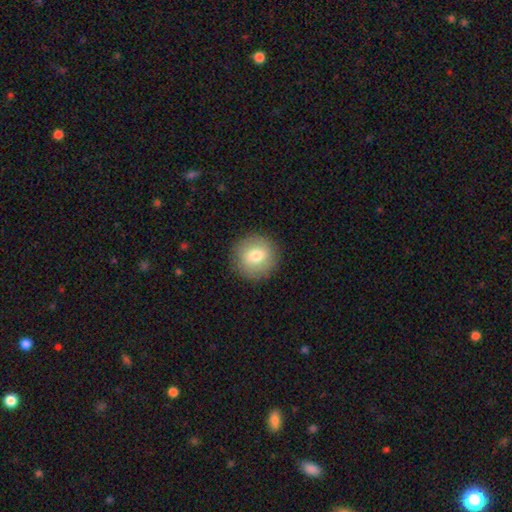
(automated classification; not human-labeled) smooth_or_featured: smooth (p=0.75) [alt: featured or disk p=0.16]
how_rounded: round (p=0.93) [alt: in between p=0.06]
merging: none (p=0.89) [alt: minor disturbance p=0.08]